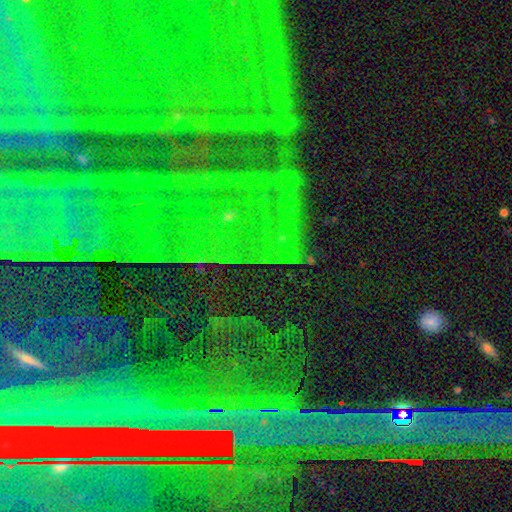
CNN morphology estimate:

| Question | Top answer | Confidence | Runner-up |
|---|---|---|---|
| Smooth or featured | star or artifact | 80% | featured or disk (10%) |